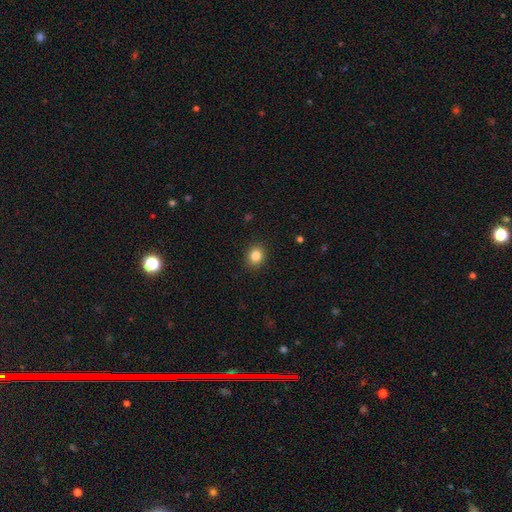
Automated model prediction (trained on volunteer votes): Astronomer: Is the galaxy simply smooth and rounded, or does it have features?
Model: smooth — 84%.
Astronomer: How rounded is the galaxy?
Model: round — 67%.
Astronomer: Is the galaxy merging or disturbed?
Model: none — 89%.